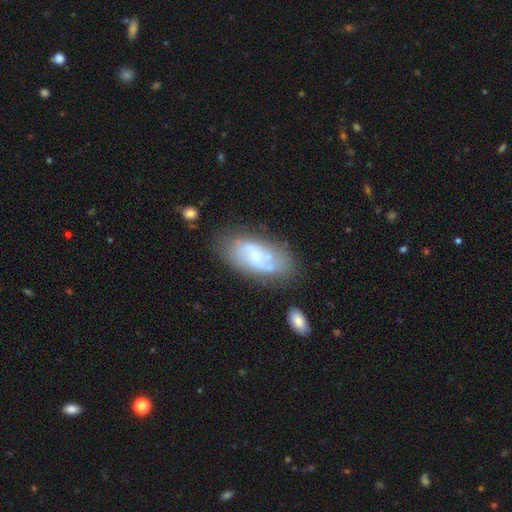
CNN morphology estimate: type=featured or disk (55%); edge-on=no (92%); bar=no (51%); spiral arms=yes (71%); bulge=small (42%); merging=none (58%).